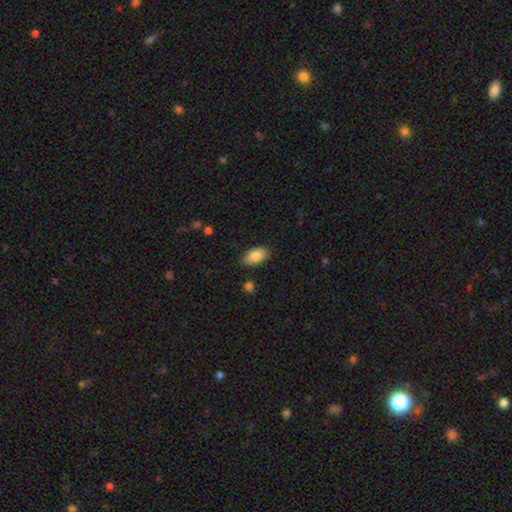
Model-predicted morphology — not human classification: smooth 87%, star or artifact 7%, featured or disk 6%. Down the decision tree: how rounded — in between (94%); merging — none (85%).